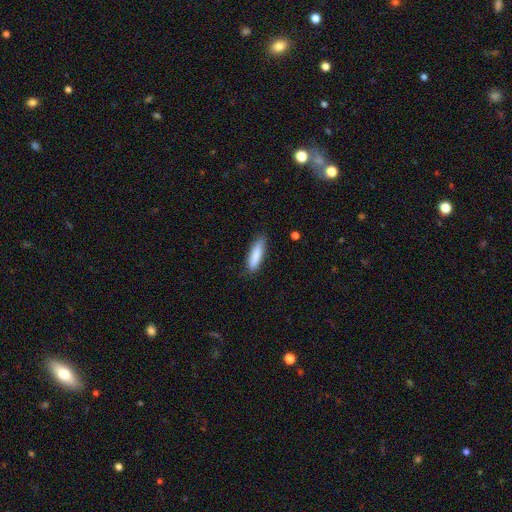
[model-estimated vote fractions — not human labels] Smooth or featured? Predicted: smooth (p=0.86). How rounded? Predicted: cigar-shaped (p=0.68). Merging? Predicted: none (p=0.82).